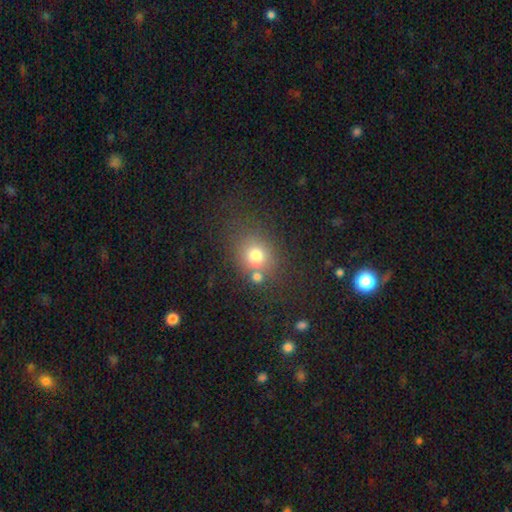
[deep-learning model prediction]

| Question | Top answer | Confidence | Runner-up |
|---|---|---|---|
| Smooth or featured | smooth | 72% | star or artifact (17%) |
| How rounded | round | 73% | in between (26%) |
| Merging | none | 66% | merger (17%) |